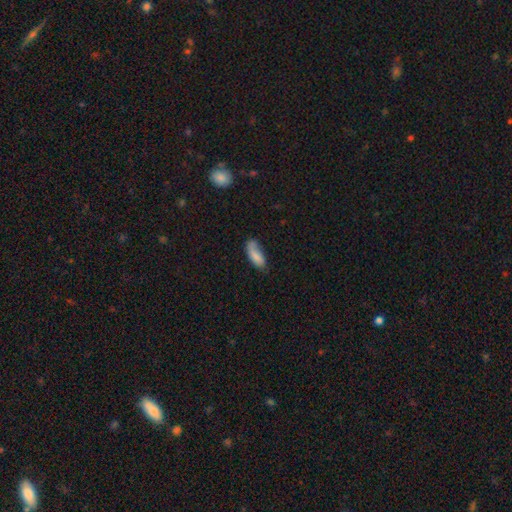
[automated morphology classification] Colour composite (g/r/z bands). It shows a smooth galaxy with no disk features (79%) that is in between round and cigar-shaped (78%). Merging: none (51%).